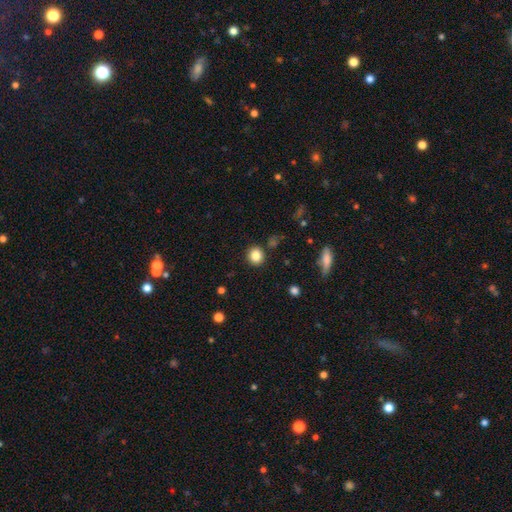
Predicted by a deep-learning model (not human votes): Q: Smooth or featured?
A: smooth (85%); runner-up: star or artifact (10%)
Q: How rounded?
A: round (86%); runner-up: in between (13%)
Q: Merging?
A: none (88%); runner-up: minor disturbance (7%)